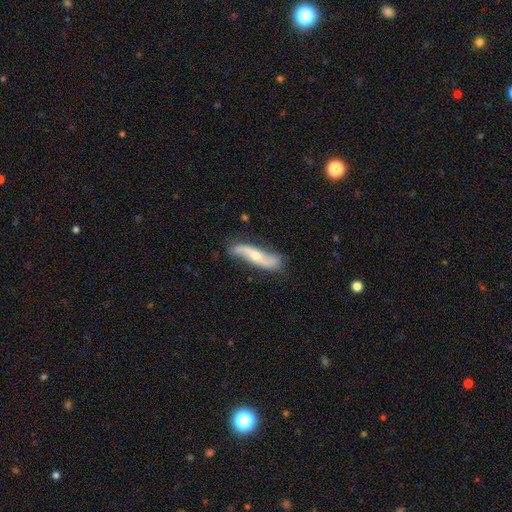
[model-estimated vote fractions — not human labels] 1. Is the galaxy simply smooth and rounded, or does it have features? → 73% featured or disk, 21% smooth, 5% star or artifact.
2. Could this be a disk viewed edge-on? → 77% no, 23% yes.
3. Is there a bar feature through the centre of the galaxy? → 59% no, 26% weak, 15% strong.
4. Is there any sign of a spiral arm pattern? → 91% yes, 9% no.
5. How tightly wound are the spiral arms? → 80% loose, 14% medium, 6% tight.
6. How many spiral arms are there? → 91% 2, 4% can't tell, 2% 1, 1% 3, 1% 4, 1% more than 4.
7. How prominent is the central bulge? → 47% small (tied), 47% moderate (tied), 2% none, 2% large, 1% dominant.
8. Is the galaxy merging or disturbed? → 74% none, 18% minor disturbance, 5% major disturbance, 2% merger.